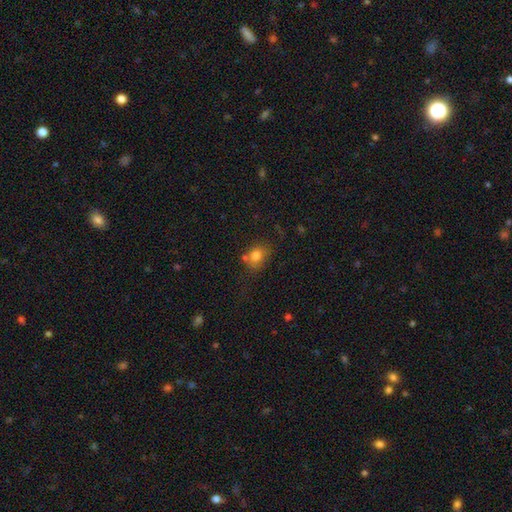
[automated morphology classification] Smooth or featured? smooth (78%)
How rounded? round (54%)
Merging? none (58%)